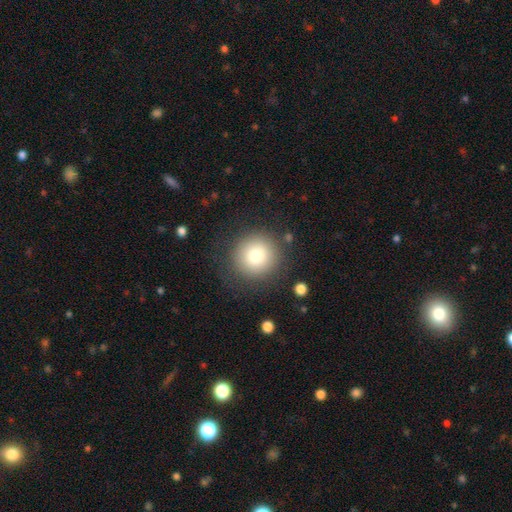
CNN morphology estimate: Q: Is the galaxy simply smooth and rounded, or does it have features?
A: smooth — 78%.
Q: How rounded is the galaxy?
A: round — 93%.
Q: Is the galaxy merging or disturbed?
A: none — 84%.